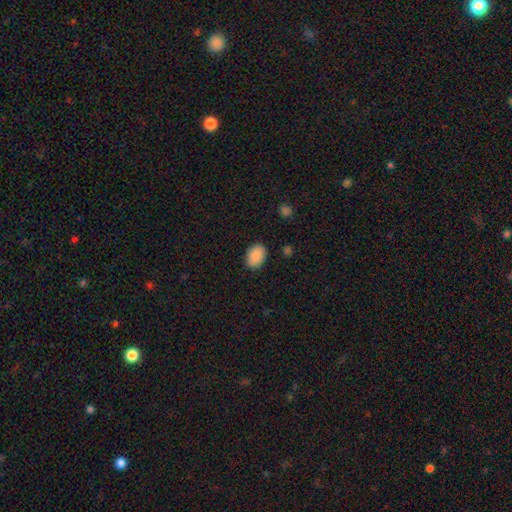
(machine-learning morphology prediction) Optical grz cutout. It shows a smooth galaxy with no disk features (90%) that is in between round and cigar-shaped (79%). Merging: none (87%).